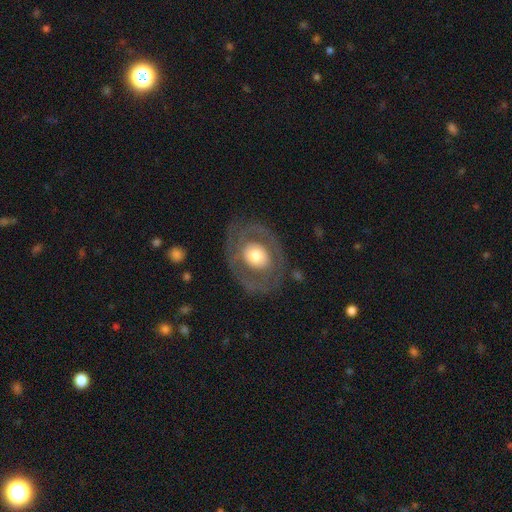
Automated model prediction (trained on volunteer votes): The model was most divided on "bulge size": moderate: 50%, large: 37%, small: 7%, dominant: 5%, none: 1%. More confident: edge-on disk — no (95%); bar — no (82%); merging — none (77%); spiral arms — no (72%); smooth or featured — featured or disk (58%).